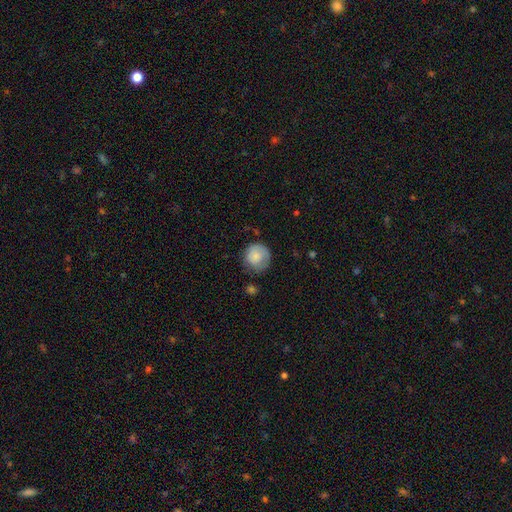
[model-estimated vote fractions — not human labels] smooth-or-featured: smooth: 79% | featured or disk: 14% | star or artifact: 7%
  how-rounded: round: 90% | in between: 9% | cigar-shaped: 1%
  merging: none: 64% | minor disturbance: 25% | major disturbance: 9% | merger: 2%